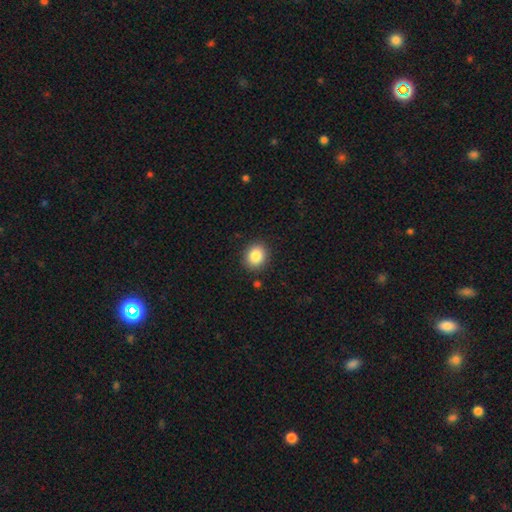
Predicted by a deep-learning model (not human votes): This is clearly a smooth galaxy (86%). How rounded: likely round (67%). Merging: clearly none (89%).